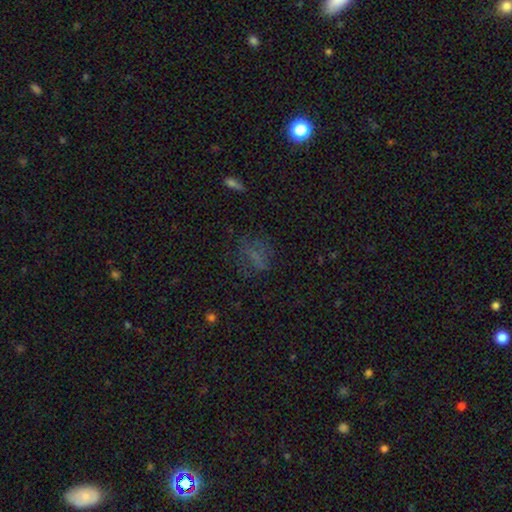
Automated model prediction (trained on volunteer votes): A smooth galaxy with no disk features (48%).

Vote fractions:
- Smooth or featured? smooth: 48% / star or artifact: 33% / featured or disk: 19%
- Merging? none: 60% / minor disturbance: 20% / major disturbance: 18% / merger: 3%